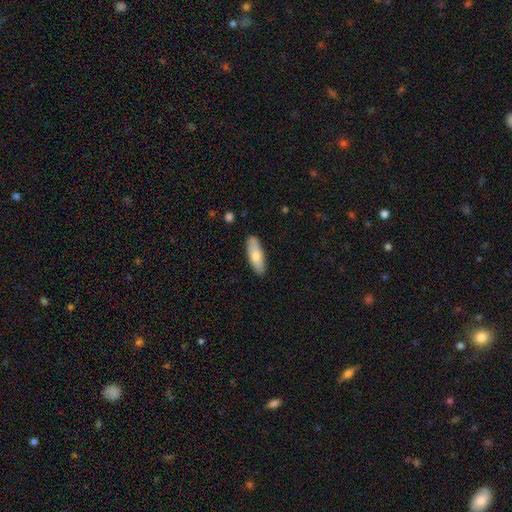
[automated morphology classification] Smooth or featured?
  - smooth: 72% *
  - featured or disk: 22%
  - star or artifact: 6%
How rounded?
  - in between: 56% *
  - cigar-shaped: 42%
  - round: 2%
Merging?
  - none: 88% *
  - minor disturbance: 9%
  - major disturbance: 2%
  - merger: 1%